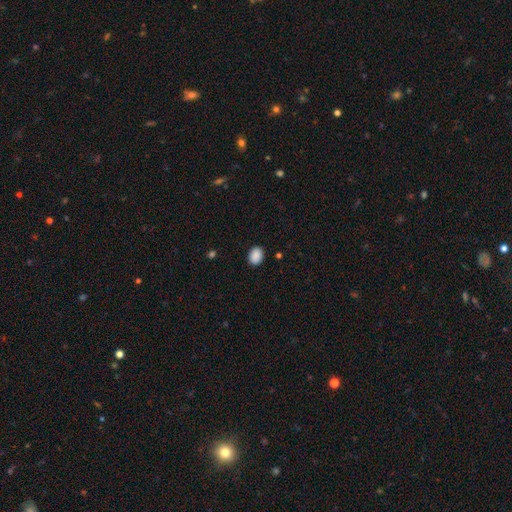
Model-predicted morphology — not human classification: type=smooth (89%); roundness=in between (57%); merging=none (89%).